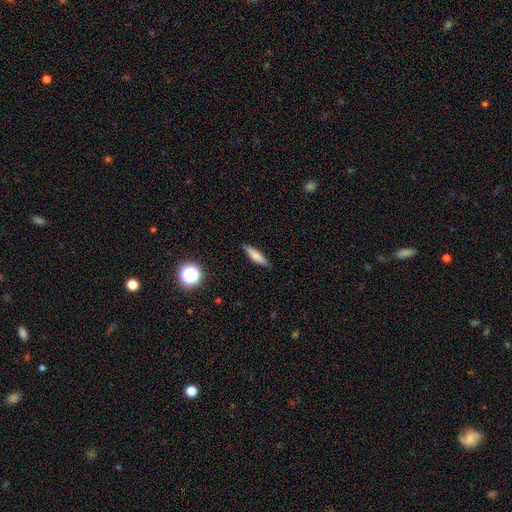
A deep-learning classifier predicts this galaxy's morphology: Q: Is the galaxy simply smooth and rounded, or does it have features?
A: smooth — 74%.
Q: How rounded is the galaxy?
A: cigar-shaped — 70%.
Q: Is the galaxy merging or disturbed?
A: none — 84%.